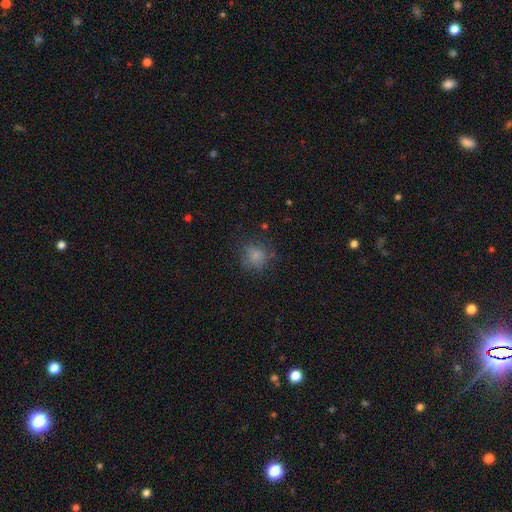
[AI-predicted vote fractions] The model was most divided on "merging": none: 67%, minor disturbance: 20%, major disturbance: 11%, merger: 2%. More confident: how rounded — round (81%); smooth or featured — smooth (75%).